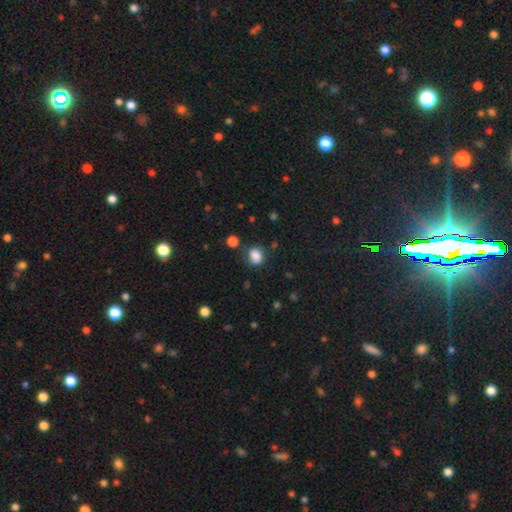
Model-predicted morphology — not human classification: Smooth or featured?
  - smooth: 85% *
  - star or artifact: 10%
  - featured or disk: 5%
How rounded?
  - round: 50% *
  - in between: 49%
  - cigar-shaped: 1%
Merging?
  - none: 72% *
  - minor disturbance: 18%
  - major disturbance: 6%
  - merger: 4%